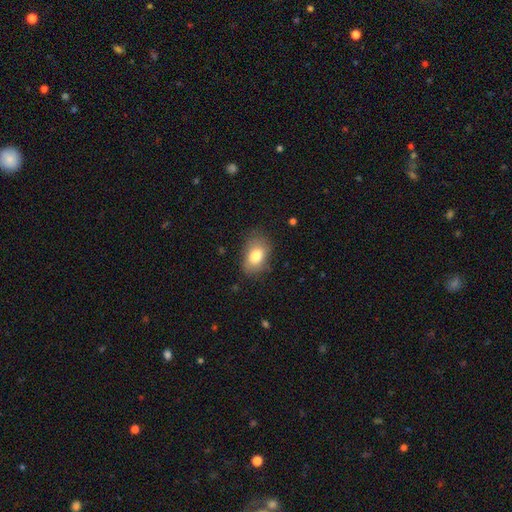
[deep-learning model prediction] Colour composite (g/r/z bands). It shows a smooth galaxy with no disk features (79%) that is in between round and cigar-shaped (83%). Merging: none (75%).